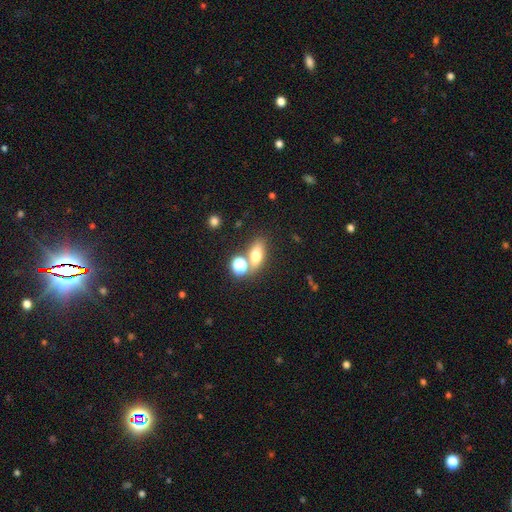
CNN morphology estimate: This is likely a smooth galaxy (68%). How rounded: likely in between (64%). Merging: likely none (62%).